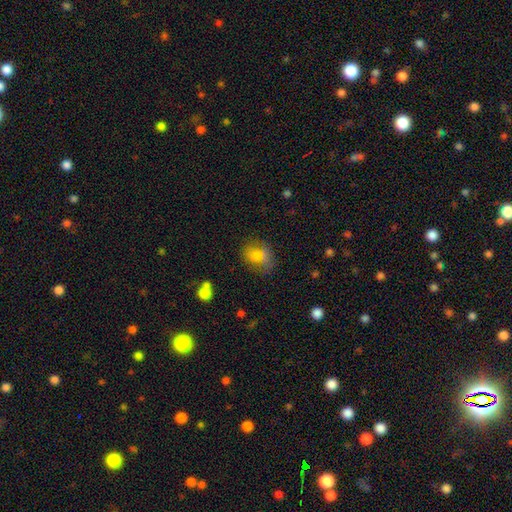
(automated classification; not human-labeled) Overall: smooth (70%). How rounded: in between (51%; round 47%). Merging: none (49%; merger 22%).